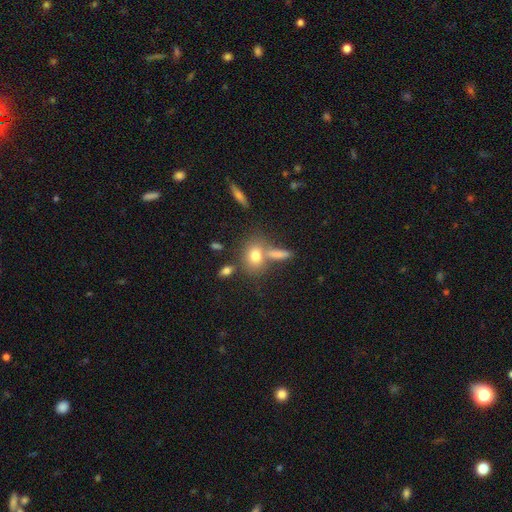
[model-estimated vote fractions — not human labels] Morphology: type=smooth (75%); roundness=in between (54%); merging=none (57%).